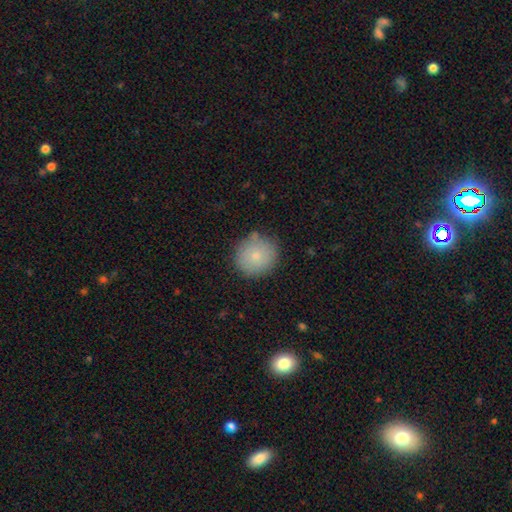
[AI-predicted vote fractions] smooth 80%, featured or disk 11%, star or artifact 9%. Down the decision tree: how rounded — round (90%); merging — none (83%).